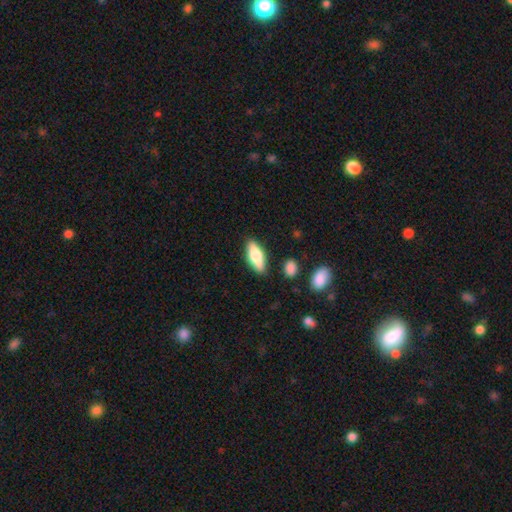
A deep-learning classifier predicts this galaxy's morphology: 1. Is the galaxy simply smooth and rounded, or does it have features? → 68% smooth, 26% featured or disk, 6% star or artifact.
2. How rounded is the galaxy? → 65% in between, 32% cigar-shaped, 3% round.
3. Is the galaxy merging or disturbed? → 85% none, 10% minor disturbance, 3% merger, 2% major disturbance.